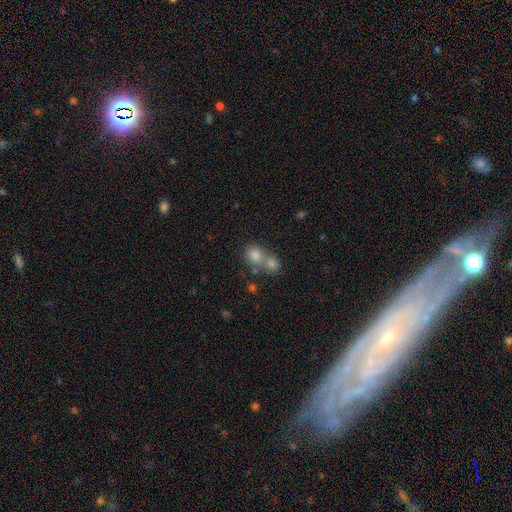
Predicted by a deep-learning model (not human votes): The model was most divided on "merging": merger: 53%, none: 38%, minor disturbance: 6%, major disturbance: 3%. More confident: smooth or featured — smooth (77%); how rounded — round (72%).